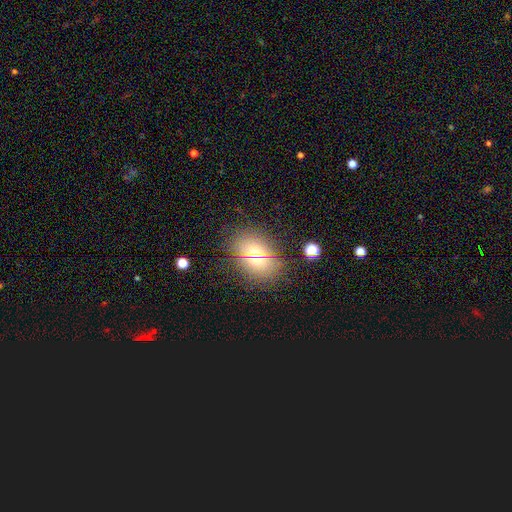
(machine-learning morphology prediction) type=smooth (63%); roundness=in between (69%); merging=none (74%).